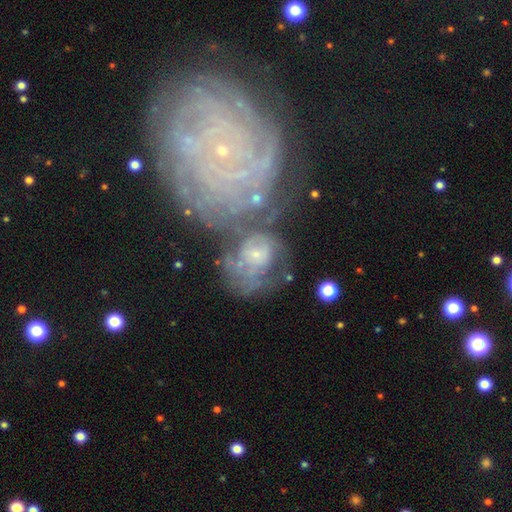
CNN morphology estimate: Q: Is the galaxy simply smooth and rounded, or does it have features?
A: featured or disk — 70%.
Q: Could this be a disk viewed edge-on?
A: no — 97%.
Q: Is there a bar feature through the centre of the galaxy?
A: no — 72%.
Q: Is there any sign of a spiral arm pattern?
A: yes — 76%.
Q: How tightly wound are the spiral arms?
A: tight — 62%.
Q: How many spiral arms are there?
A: can't tell — 51%.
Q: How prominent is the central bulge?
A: small — 60%.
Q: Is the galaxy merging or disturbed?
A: merger — 47%.